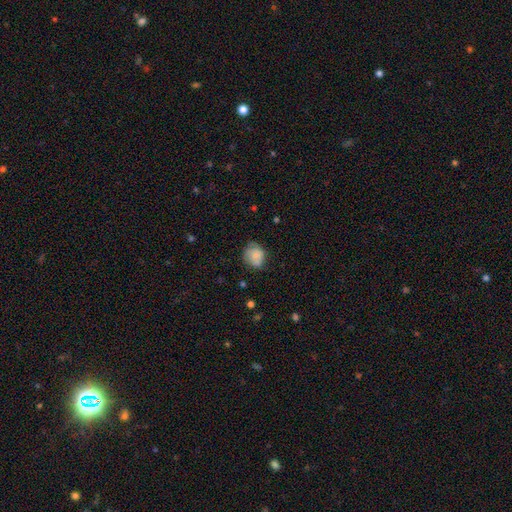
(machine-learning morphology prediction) Overall: smooth (74%). How rounded: round (66%; in between 33%). Merging: none (54%; minor disturbance 31%).